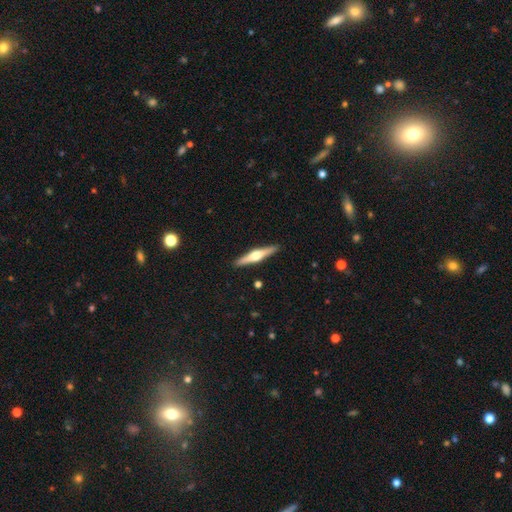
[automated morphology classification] This appears to be a featured or disk galaxy (69%) viewed edge-on (98%) with a rounded central bulge (94%). Merging: none (92%).